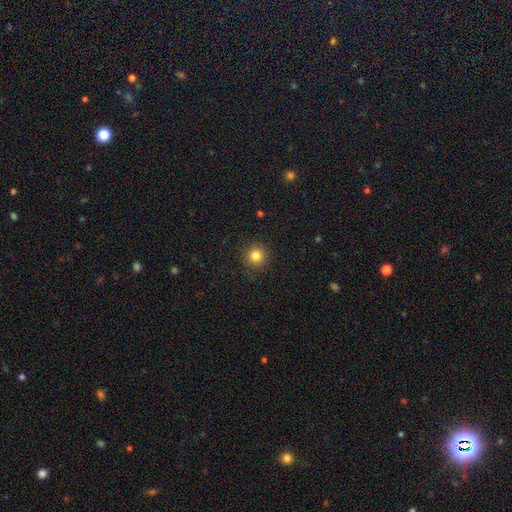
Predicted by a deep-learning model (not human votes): smooth 83%, star or artifact 12%, featured or disk 5%. Down the decision tree: how rounded — round (94%); merging — none (91%).